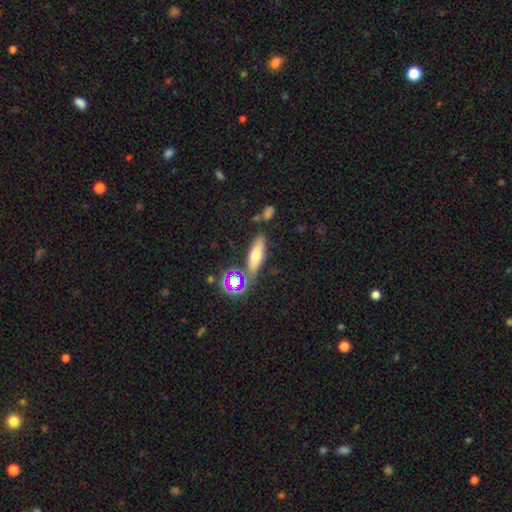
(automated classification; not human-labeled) Q: Smooth or featured?
A: smooth (57%); runner-up: featured or disk (25%)
Q: How rounded?
A: cigar-shaped (54%); runner-up: in between (39%)
Q: Merging?
A: none (74%); runner-up: minor disturbance (13%)